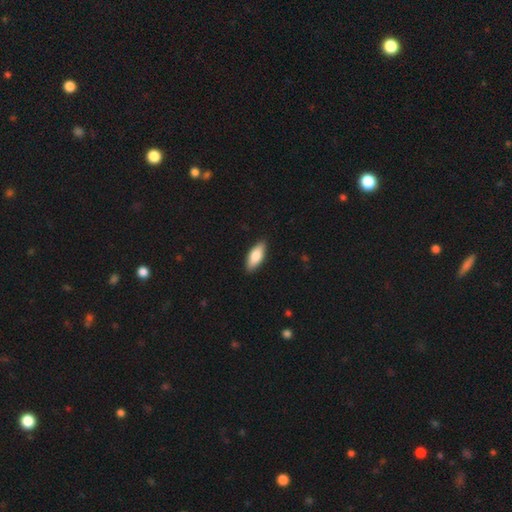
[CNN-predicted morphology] smooth 79%, featured or disk 16%, star or artifact 6%. Down the decision tree: how rounded — in between (76%); merging — none (89%).